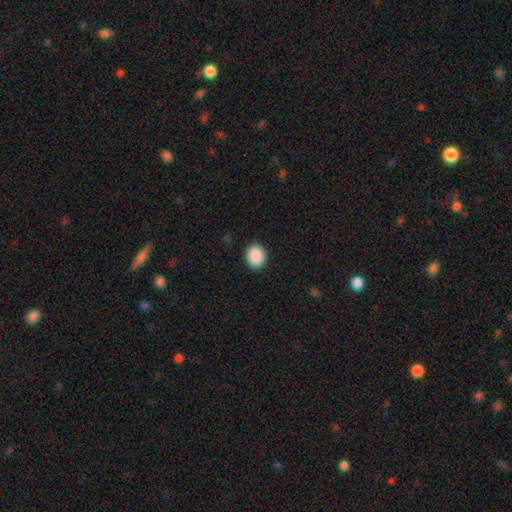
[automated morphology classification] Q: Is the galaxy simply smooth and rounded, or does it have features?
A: smooth — 90%.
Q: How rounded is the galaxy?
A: round — 64%.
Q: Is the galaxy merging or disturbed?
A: none — 91%.